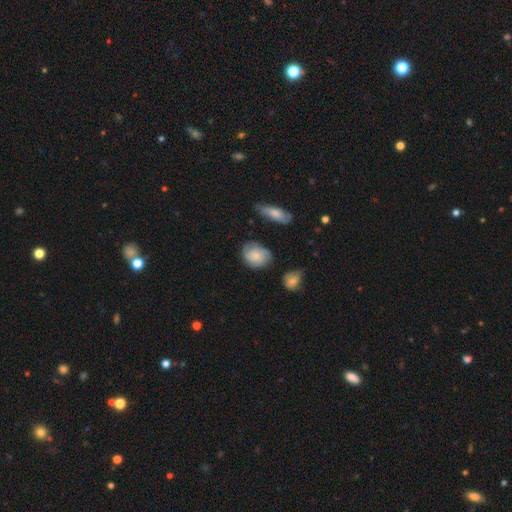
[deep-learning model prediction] Q: Smooth or featured?
A: smooth (49%); runner-up: featured or disk (43%)
Q: Merging?
A: none (65%); runner-up: minor disturbance (24%)